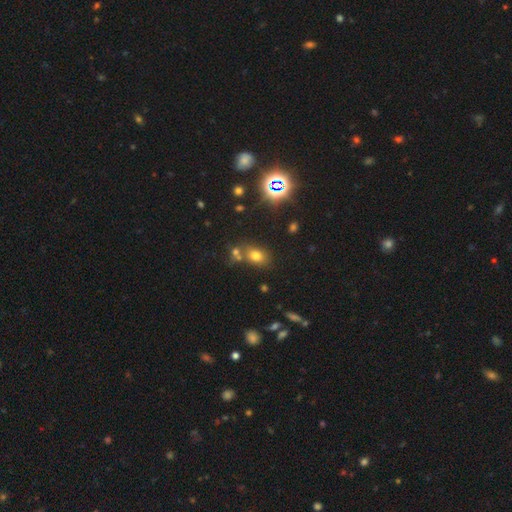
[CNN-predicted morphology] Smooth or featured?
  - smooth: 69% *
  - star or artifact: 21%
  - featured or disk: 10%
How rounded?
  - in between: 65% *
  - round: 33%
  - cigar-shaped: 2%
Merging?
  - none: 61% *
  - merger: 22%
  - minor disturbance: 13%
  - major disturbance: 5%